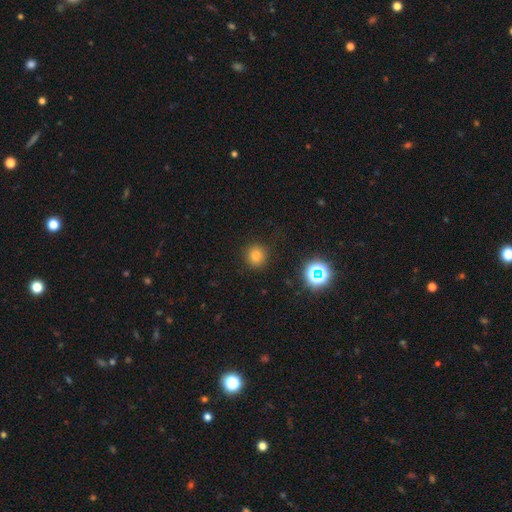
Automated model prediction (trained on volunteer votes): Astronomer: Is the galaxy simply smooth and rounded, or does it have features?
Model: smooth — 77%.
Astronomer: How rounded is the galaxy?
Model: round — 91%.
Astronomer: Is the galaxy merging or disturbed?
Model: none — 88%.